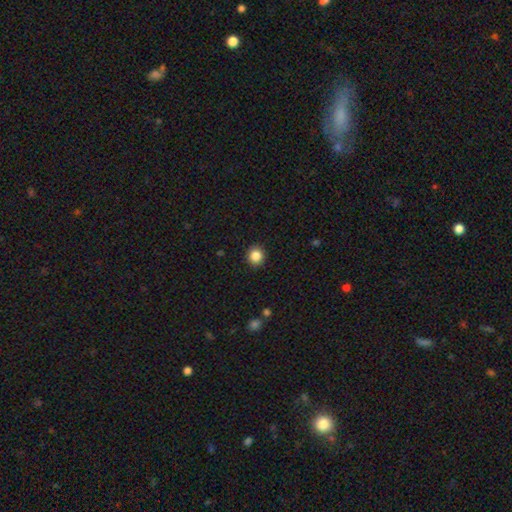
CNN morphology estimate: Smooth or featured: smooth — 85% (star or artifact — 10%)
How rounded: round — 89% (in between — 10%)
Merging: none — 91% (minor disturbance — 6%)